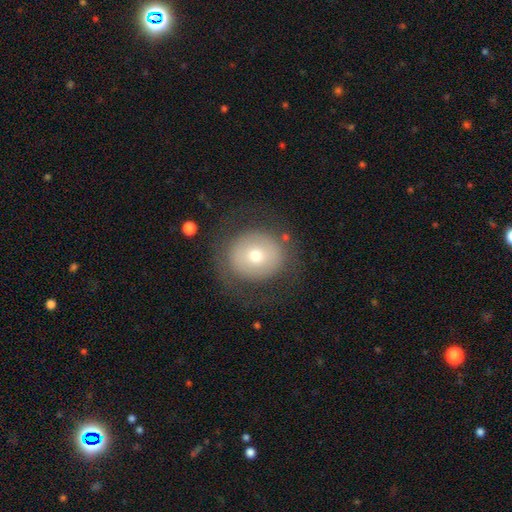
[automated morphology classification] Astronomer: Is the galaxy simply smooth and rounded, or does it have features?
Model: smooth — 60%.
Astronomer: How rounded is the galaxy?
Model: round — 81%.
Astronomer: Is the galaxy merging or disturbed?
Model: none — 76%.